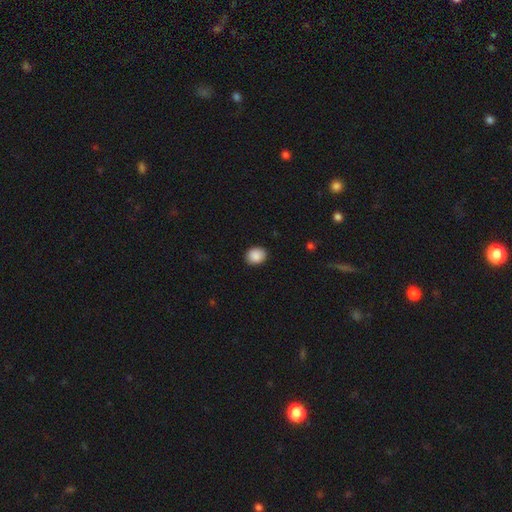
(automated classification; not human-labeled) The model was most divided on "how rounded": round: 60%, in between: 39%, cigar-shaped: 1%. More confident: smooth or featured — smooth (89%); merging — none (89%).